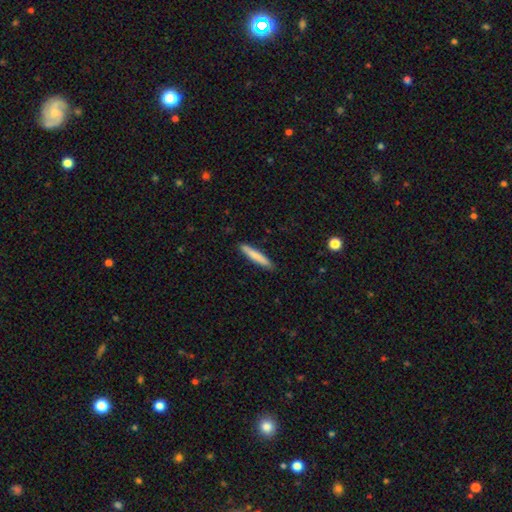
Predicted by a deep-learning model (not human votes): Overall: smooth (79%). How rounded: cigar-shaped (93%). Merging: none (89%).